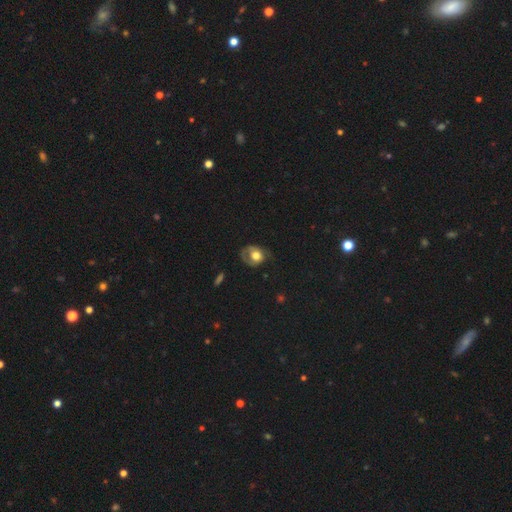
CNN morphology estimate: A smooth galaxy with no disk features (53%) that is round (53%). Merging: none (45%).